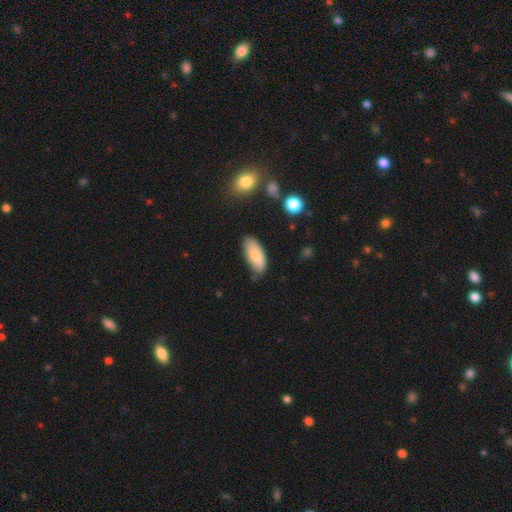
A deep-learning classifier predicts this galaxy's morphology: smooth 82%, featured or disk 12%, star or artifact 7%. Down the decision tree: how rounded — in between (86%); merging — none (68%).